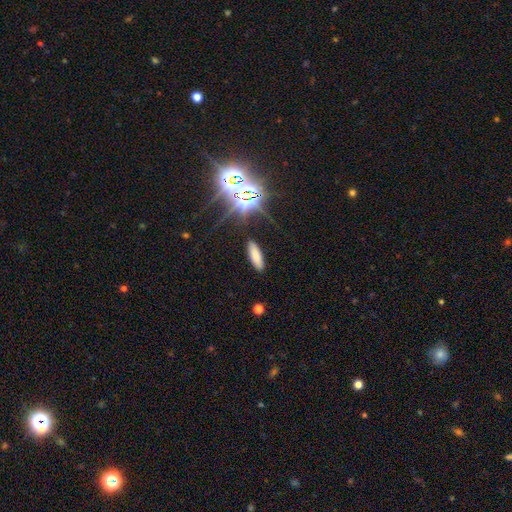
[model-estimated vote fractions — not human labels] A smooth galaxy with no disk features (74%) that is cigar-shaped (49%, tied with in between). Merging: none (88%).